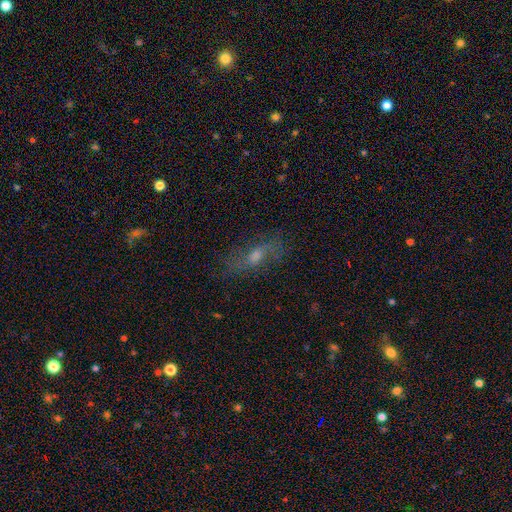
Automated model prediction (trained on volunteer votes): Smooth or featured?
  - featured or disk: 40% *
  - smooth: 32%
  - star or artifact: 28%
Merging?
  - none: 80% *
  - minor disturbance: 13%
  - major disturbance: 5%
  - merger: 2%